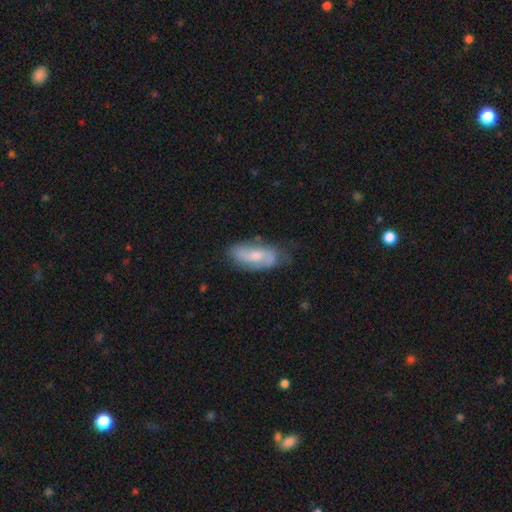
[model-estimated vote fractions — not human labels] featured or disk 62%, smooth 31%, star or artifact 6%. Down the decision tree: edge-on disk — no (92%); bar — no (47%); spiral arms — yes (88%); spiral arm count — 2 (81%); spiral winding — medium (42%); bulge size — moderate (53%); merging — none (68%).